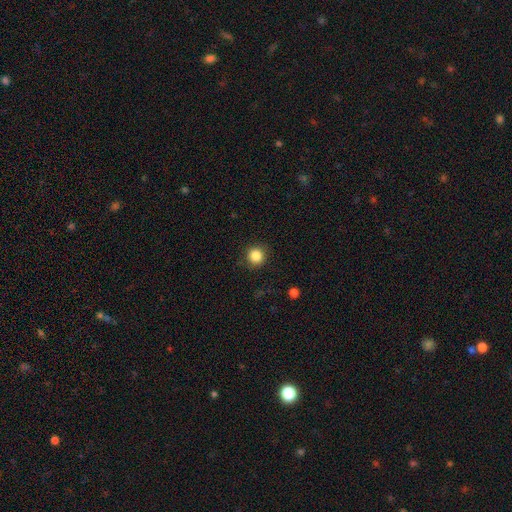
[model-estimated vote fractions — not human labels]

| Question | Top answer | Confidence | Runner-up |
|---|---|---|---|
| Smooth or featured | smooth | 86% | star or artifact (10%) |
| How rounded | round | 92% | in between (7%) |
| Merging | none | 87% | minor disturbance (9%) |